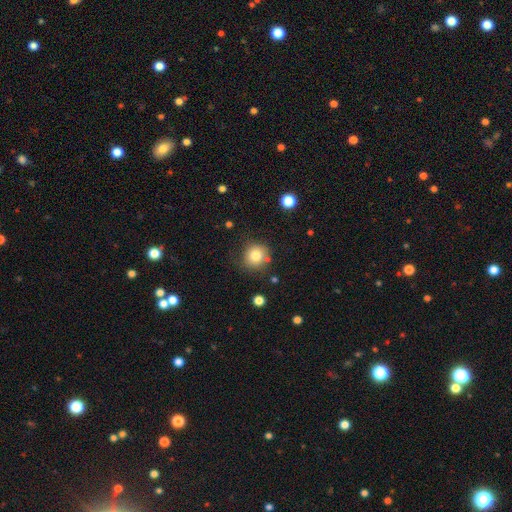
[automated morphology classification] Q: Smooth or featured?
A: smooth (80%); runner-up: star or artifact (11%)
Q: How rounded?
A: round (89%); runner-up: in between (10%)
Q: Merging?
A: none (77%); runner-up: minor disturbance (14%)